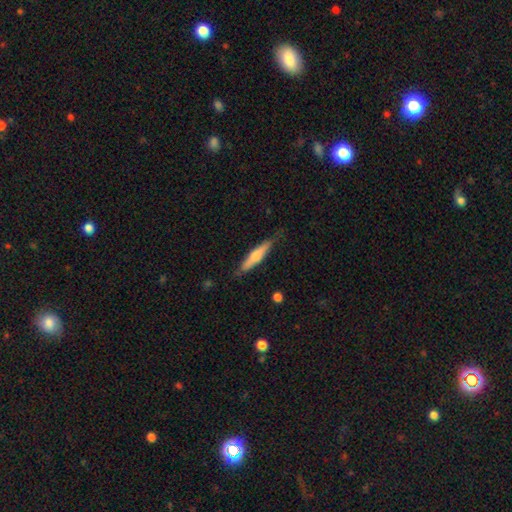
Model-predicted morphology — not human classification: smooth_or_featured: smooth (p=0.57) [alt: featured or disk p=0.38]
how_rounded: cigar-shaped (p=0.86) [alt: in between p=0.12]
merging: none (p=0.79) [alt: minor disturbance p=0.17]